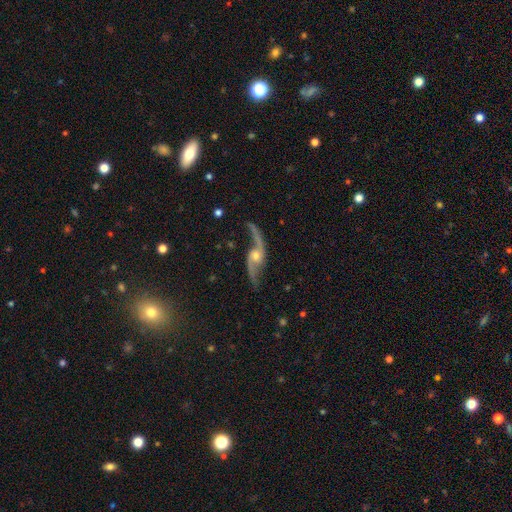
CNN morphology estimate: A featured or disk galaxy (89%) with no bar (63%), 2 (93%) loose (89%) spiral arms (96%) and a moderate central bulge (52%). Merging: none (69%).